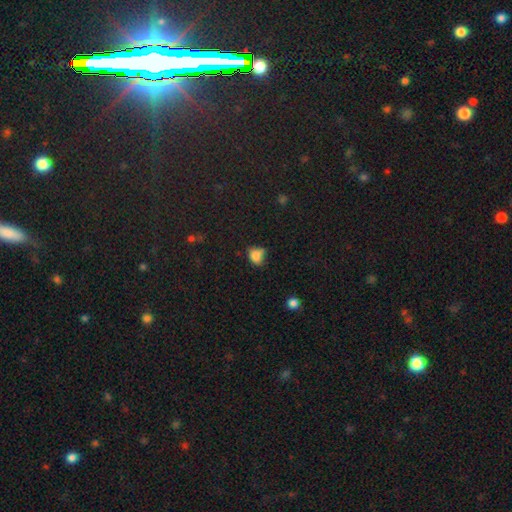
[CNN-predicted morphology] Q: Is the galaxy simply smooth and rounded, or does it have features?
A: smooth — 79%.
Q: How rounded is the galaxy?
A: in between — 54%.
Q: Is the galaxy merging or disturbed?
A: none — 43%.